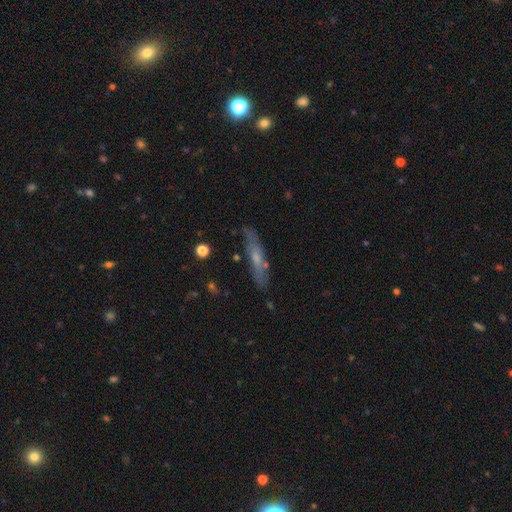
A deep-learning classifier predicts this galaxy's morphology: Overall: featured or disk (53%; smooth 38%). Edge-on disk: yes (65%; no 35%). Merging: none (74%).